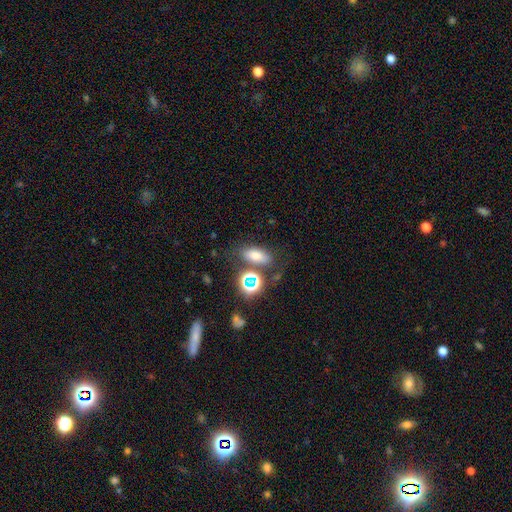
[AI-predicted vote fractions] smooth-or-featured: smooth: 68% | star or artifact: 20% | featured or disk: 12%
  how-rounded: in between: 72% | round: 16% | cigar-shaped: 12%
  merging: none: 70% | minor disturbance: 13% | merger: 11% | major disturbance: 5%